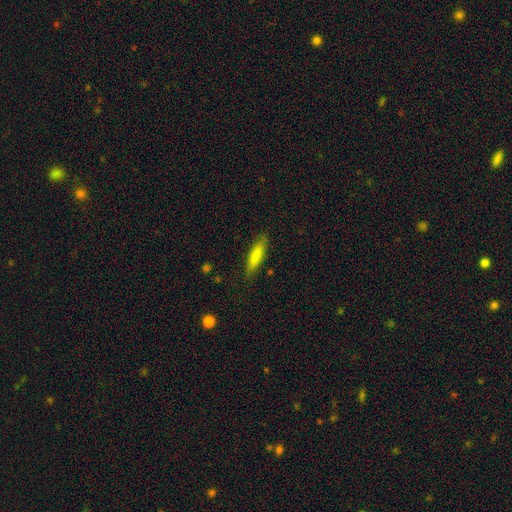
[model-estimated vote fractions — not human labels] The model was most divided on "how rounded": cigar-shaped: 75%, in between: 24%, round: 2%. More confident: merging — none (85%); smooth or featured — smooth (80%).